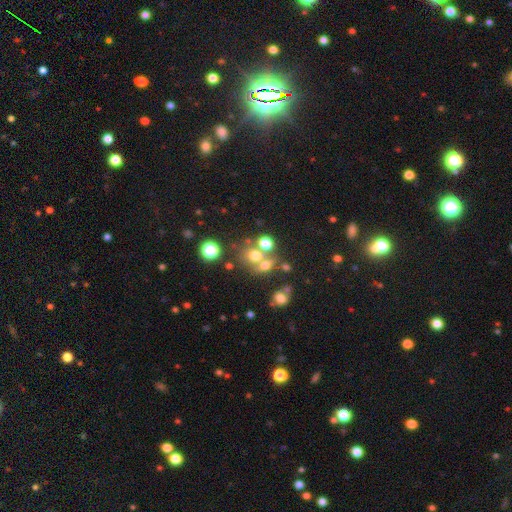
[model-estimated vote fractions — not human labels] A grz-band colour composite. It shows a smooth galaxy with no disk features (61%) that is round (71%). Merging: none (45%).